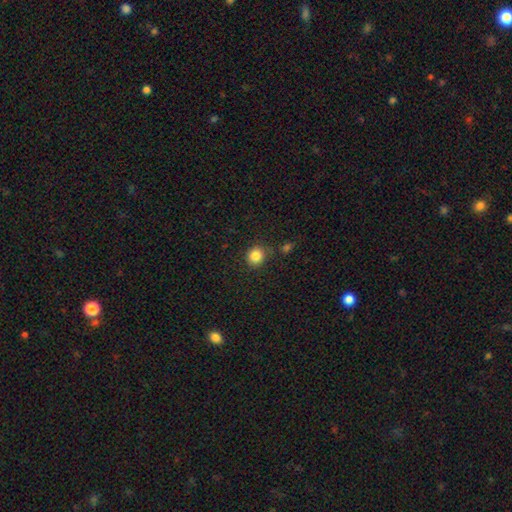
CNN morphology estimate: A smooth galaxy with no disk features (85%) that is round (85%).

Vote fractions:
- Smooth or featured? smooth: 85% / star or artifact: 11% / featured or disk: 5%
- How rounded? round: 85% / in between: 14% / cigar-shaped: 1%
- Merging? none: 81% / minor disturbance: 11% / merger: 4% / major disturbance: 3%